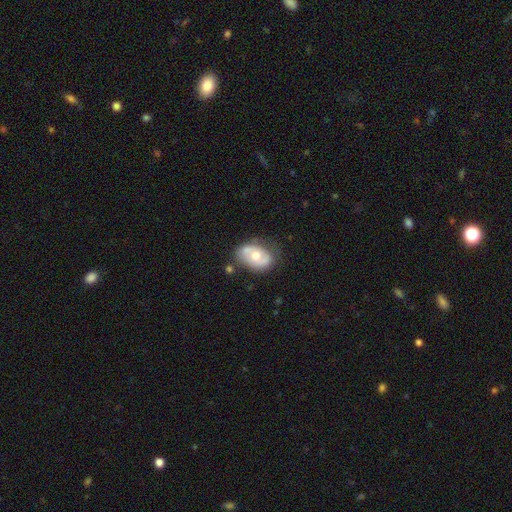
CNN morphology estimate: The model was most divided on "smooth or featured": featured or disk: 48%, smooth: 46%, star or artifact: 6%. More confident: merging — none (64%).